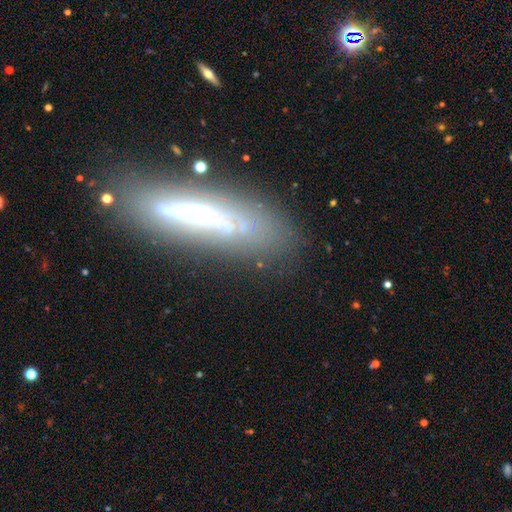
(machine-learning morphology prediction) Smooth or featured: featured or disk — 52% (smooth — 36%)
Edge-on disk: yes — 68% (no — 32%)
Merging: none — 74% (minor disturbance — 17%)